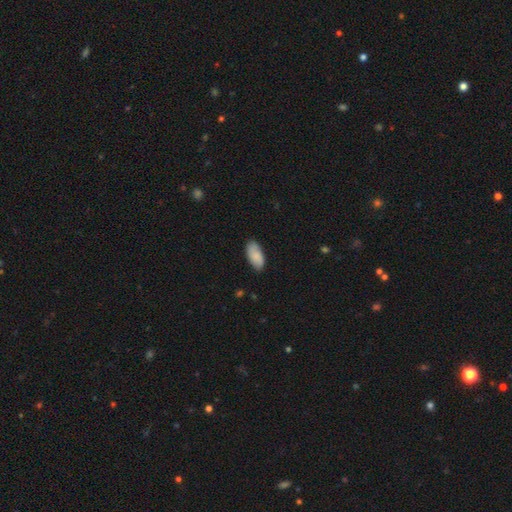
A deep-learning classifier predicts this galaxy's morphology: This is clearly a smooth galaxy (84%). How rounded: clearly in between (92%). Merging: clearly none (81%).